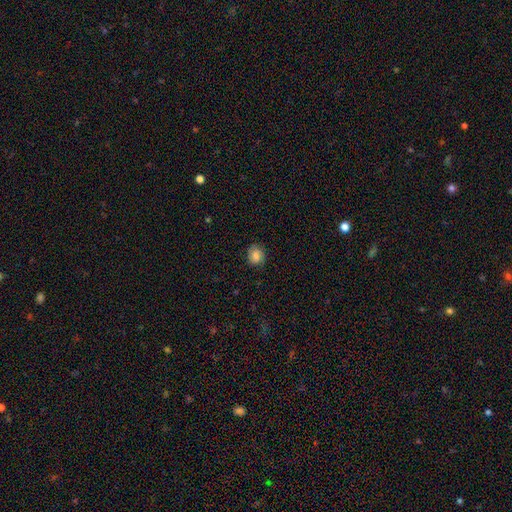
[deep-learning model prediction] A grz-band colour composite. It shows a smooth galaxy with no disk features (74%) that is round (63%). Merging: none (81%).